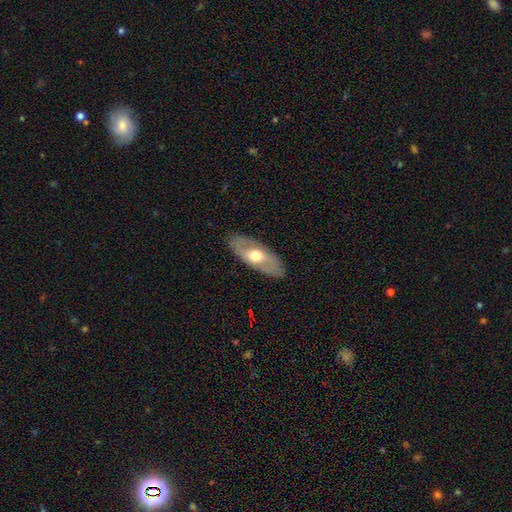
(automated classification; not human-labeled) Overall: featured or disk (54%; smooth 41%). Edge-on disk: no (79%). Merging: none (85%).